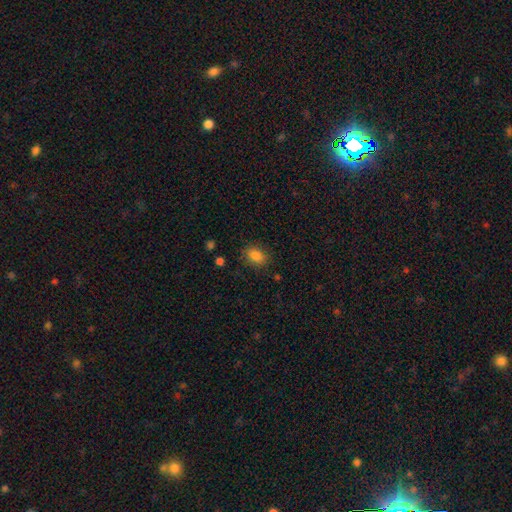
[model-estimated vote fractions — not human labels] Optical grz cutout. It shows a smooth galaxy with no disk features (84%) that is in between round and cigar-shaped (70%). Merging: none (85%).